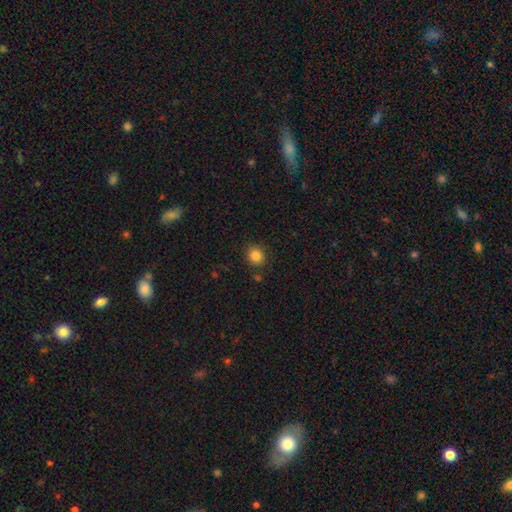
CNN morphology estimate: smooth 85%, star or artifact 11%, featured or disk 4%. Down the decision tree: how rounded — round (84%); merging — none (85%).